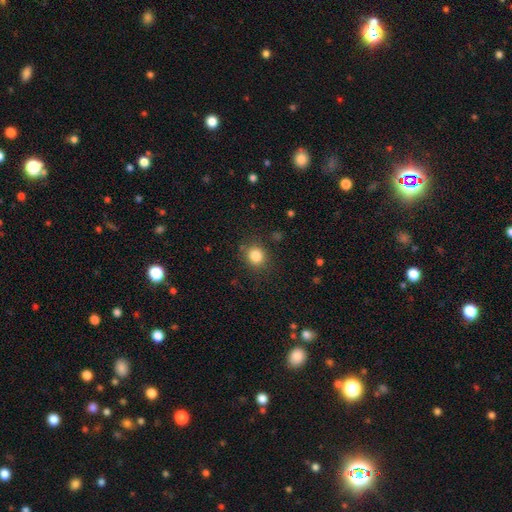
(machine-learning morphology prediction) smooth_or_featured: smooth (p=0.84) [alt: star or artifact p=0.11]
how_rounded: round (p=0.80) [alt: in between p=0.19]
merging: none (p=0.84) [alt: minor disturbance p=0.10]